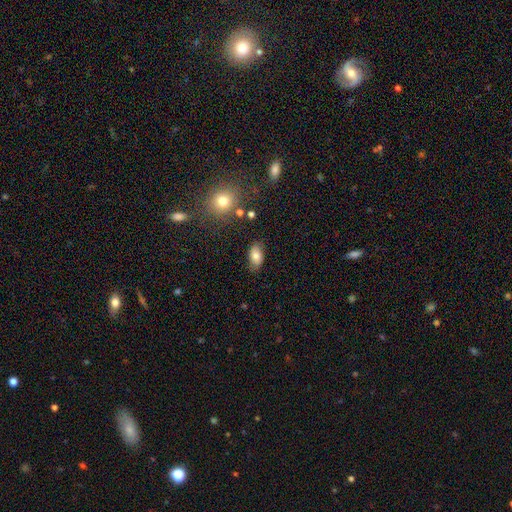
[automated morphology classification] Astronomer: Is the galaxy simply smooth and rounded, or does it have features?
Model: smooth — 77%.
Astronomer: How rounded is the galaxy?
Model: in between — 93%.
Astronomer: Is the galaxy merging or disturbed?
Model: none — 79%.